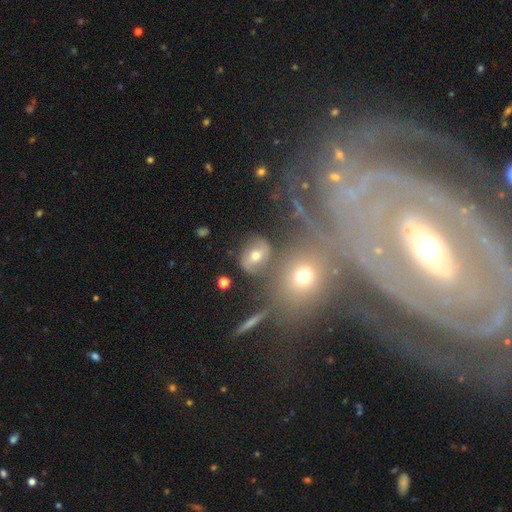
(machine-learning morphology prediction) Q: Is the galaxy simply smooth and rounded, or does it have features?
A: featured or disk — 43%.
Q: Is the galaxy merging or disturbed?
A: none — 69%.